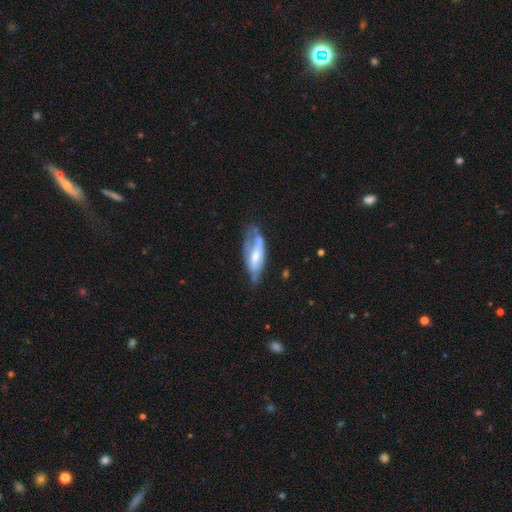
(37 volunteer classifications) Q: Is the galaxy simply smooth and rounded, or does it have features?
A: featured or disk — 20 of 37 (54%).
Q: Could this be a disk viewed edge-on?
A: no — 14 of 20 (70%).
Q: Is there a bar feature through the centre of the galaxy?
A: strong — 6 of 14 (43%, tied with no).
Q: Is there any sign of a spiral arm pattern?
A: yes — 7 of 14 (50%, tied with no).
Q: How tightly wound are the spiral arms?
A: medium — 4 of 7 (57%).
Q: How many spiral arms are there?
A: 2 — 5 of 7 (71%).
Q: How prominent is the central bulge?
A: moderate — 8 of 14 (57%).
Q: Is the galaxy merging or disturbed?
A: minor disturbance — 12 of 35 (34%, tied with major disturbance).